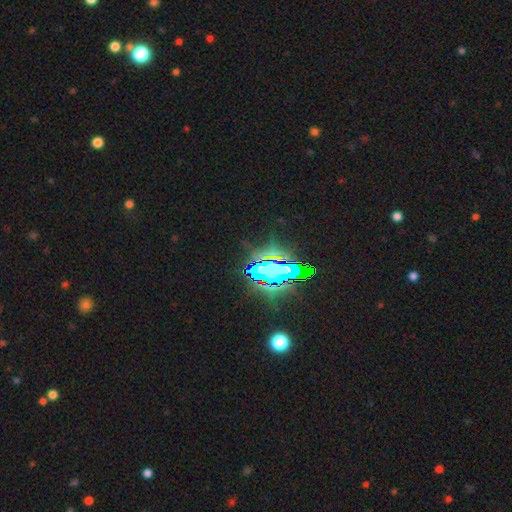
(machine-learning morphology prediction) Smooth or featured? star or artifact (75%)